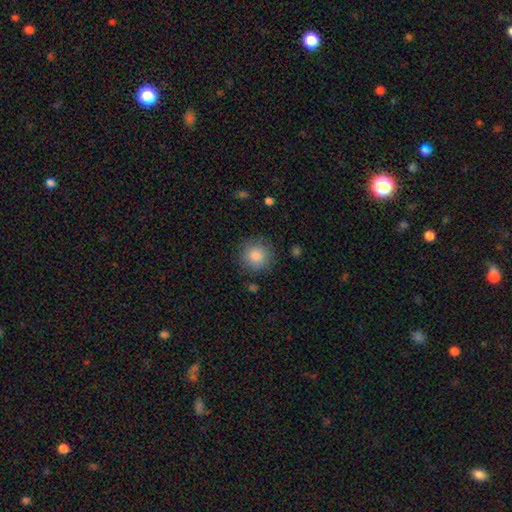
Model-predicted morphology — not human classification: Q: Smooth or featured?
A: smooth (85%); runner-up: star or artifact (9%)
Q: How rounded?
A: round (94%); runner-up: in between (5%)
Q: Merging?
A: none (88%); runner-up: minor disturbance (8%)